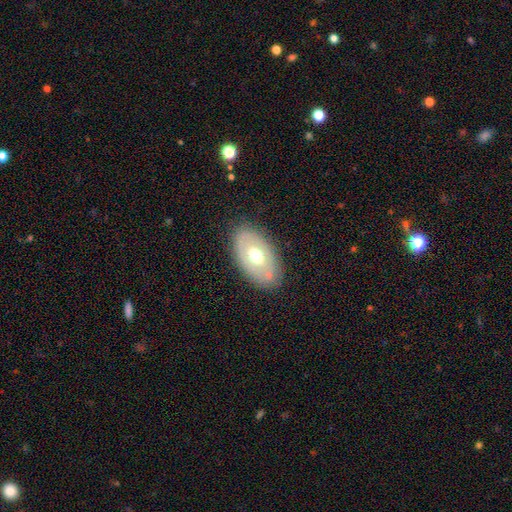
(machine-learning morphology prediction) Smooth or featured?
  - featured or disk: 47% * (tied)
  - smooth: 47% * (tied)
  - star or artifact: 7%
Merging?
  - none: 79% *
  - minor disturbance: 14%
  - major disturbance: 4%
  - merger: 2%